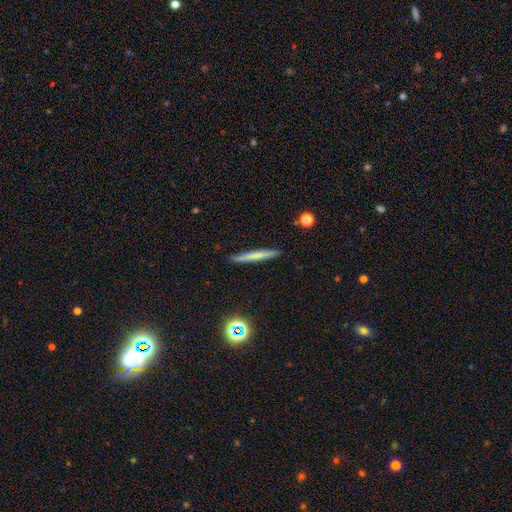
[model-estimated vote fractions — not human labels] Smooth or featured? smooth (67%)
How rounded? cigar-shaped (96%)
Merging? none (90%)